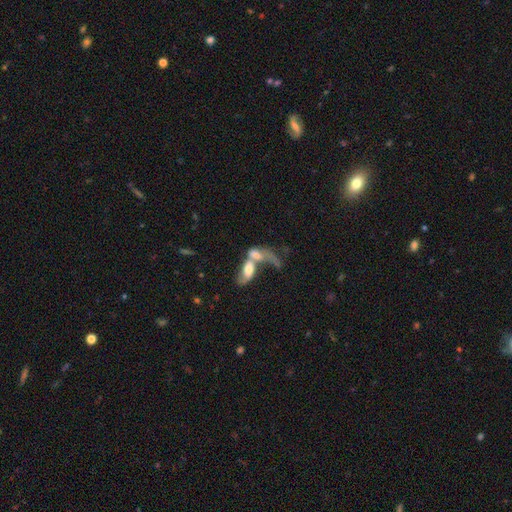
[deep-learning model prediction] smooth-or-featured: featured or disk: 47% | smooth: 43% | star or artifact: 10%
  merging: merger: 74% | major disturbance: 12% | none: 9% | minor disturbance: 5%